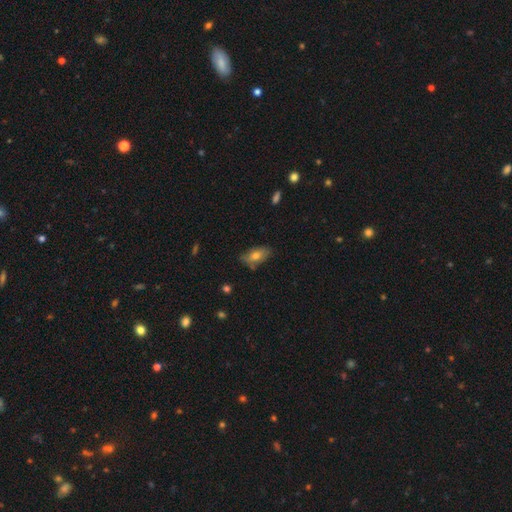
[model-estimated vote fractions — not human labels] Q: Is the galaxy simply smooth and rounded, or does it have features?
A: smooth — 71%.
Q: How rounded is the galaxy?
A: in between — 88%.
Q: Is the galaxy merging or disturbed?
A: none — 69%.